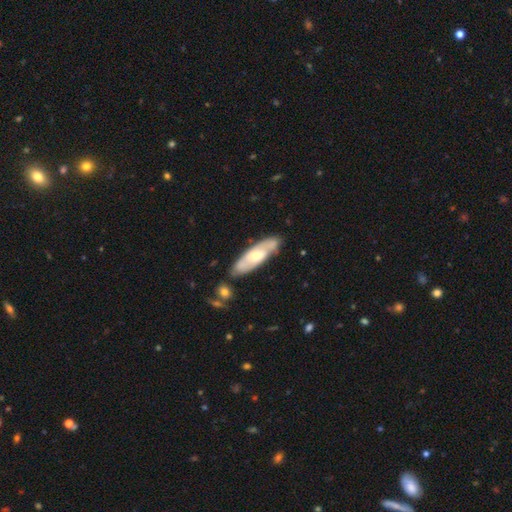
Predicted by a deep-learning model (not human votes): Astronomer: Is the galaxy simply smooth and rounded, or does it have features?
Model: featured or disk — 54% (runner-up: smooth, 40%).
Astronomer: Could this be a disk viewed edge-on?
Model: no — 69%.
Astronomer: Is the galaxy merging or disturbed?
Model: none — 77%.